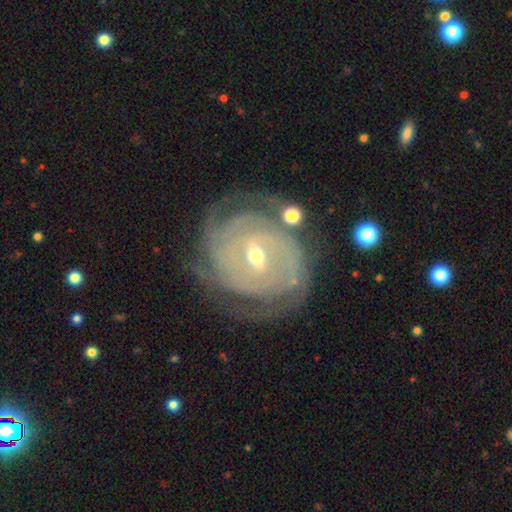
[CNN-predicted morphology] A featured or disk galaxy (89%) with a weak bar (51%), tight (80%) spiral arms (97%) and a small central bulge (51%). Merging: none (73%).